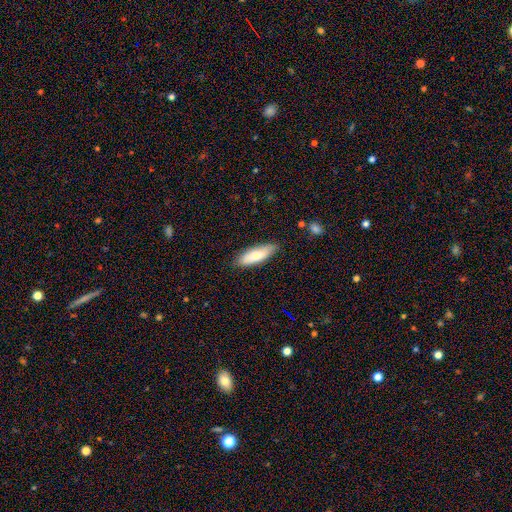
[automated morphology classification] Overall: smooth (77%). How rounded: in between (56%; cigar-shaped 42%). Merging: none (84%).